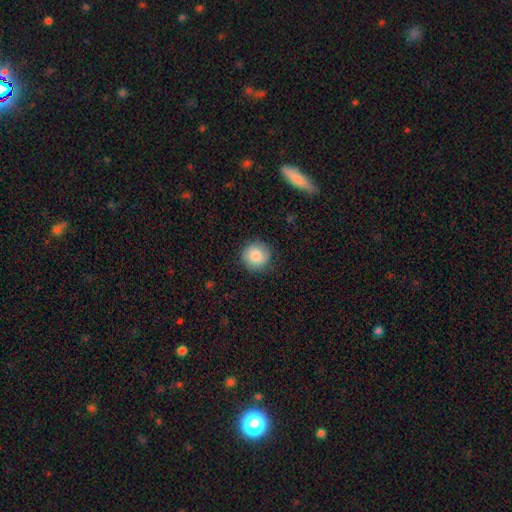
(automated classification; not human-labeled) A smooth galaxy with no disk features (85%) that is round (94%). Merging: none (86%).